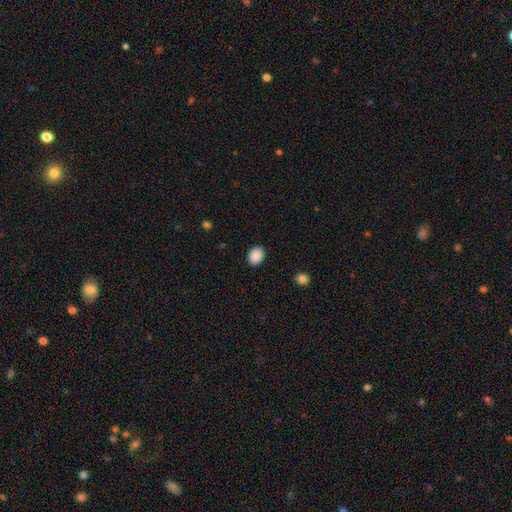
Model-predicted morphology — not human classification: A smooth galaxy with no disk features (90%) that is in between round and cigar-shaped (64%). Merging: none (90%).